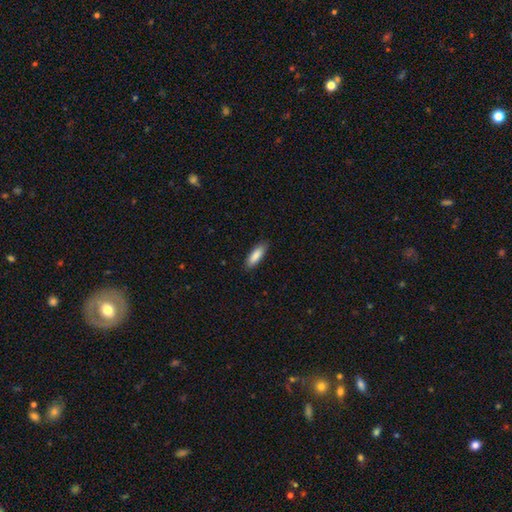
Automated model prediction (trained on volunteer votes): Q: Smooth or featured?
A: smooth (87%); runner-up: featured or disk (8%)
Q: How rounded?
A: in between (51%); runner-up: cigar-shaped (48%)
Q: Merging?
A: none (88%); runner-up: minor disturbance (9%)